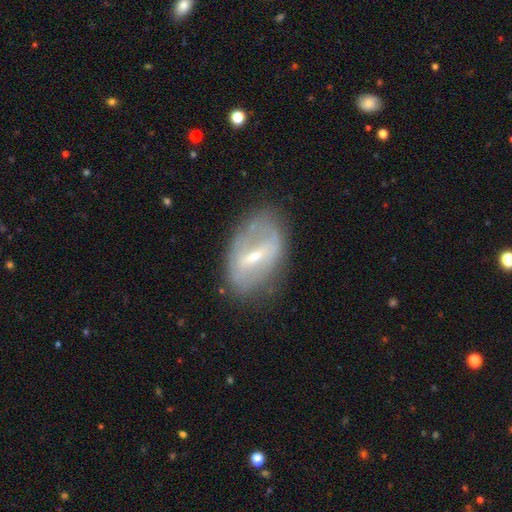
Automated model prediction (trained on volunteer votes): Smooth or featured: featured or disk — 69% (smooth — 23%)
Edge-on disk: no — 89% (yes — 11%)
Bar: strong — 53% (weak — 36%)
Spiral arms: no — 56% (yes — 44%)
Bulge size: small — 57% (moderate — 37%)
Merging: none — 67% (minor disturbance — 21%)